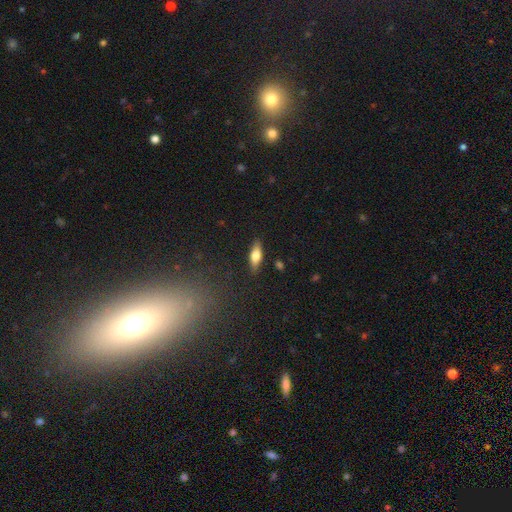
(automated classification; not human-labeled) The model was most divided on "how rounded": in between: 63%, cigar-shaped: 35%, round: 3%. More confident: merging — none (87%); smooth or featured — smooth (62%).